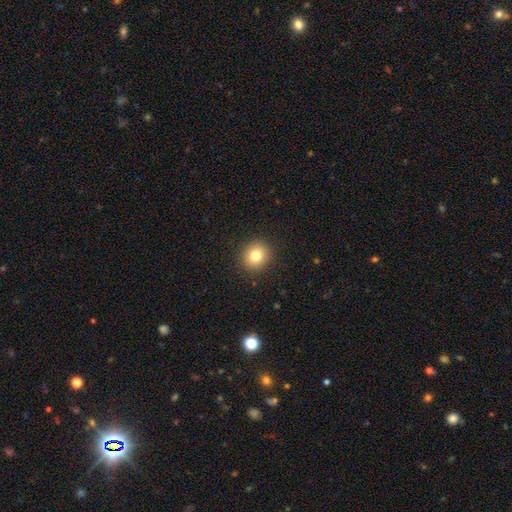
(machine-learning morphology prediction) A smooth galaxy with no disk features (80%) that is round (88%).

Vote fractions:
- Smooth or featured? smooth: 80% / star or artifact: 12% / featured or disk: 8%
- How rounded? round: 88% / in between: 11% / cigar-shaped: 1%
- Merging? none: 91% / minor disturbance: 6% / major disturbance: 2% / merger: 1%